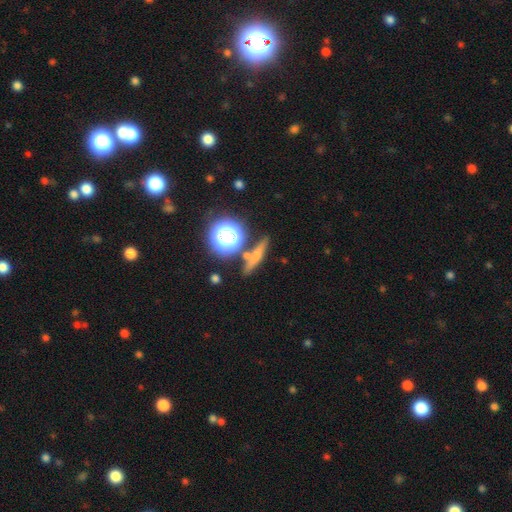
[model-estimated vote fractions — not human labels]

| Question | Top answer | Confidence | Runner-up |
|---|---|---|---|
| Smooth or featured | smooth | 47% | featured or disk (35%) |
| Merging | none | 76% | minor disturbance (11%) |